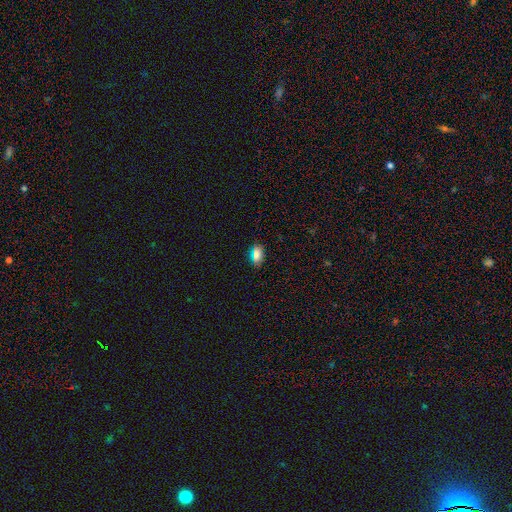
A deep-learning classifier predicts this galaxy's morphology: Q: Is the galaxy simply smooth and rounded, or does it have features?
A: smooth — 73%.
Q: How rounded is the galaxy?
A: in between — 79%.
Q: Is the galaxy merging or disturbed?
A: none — 86%.